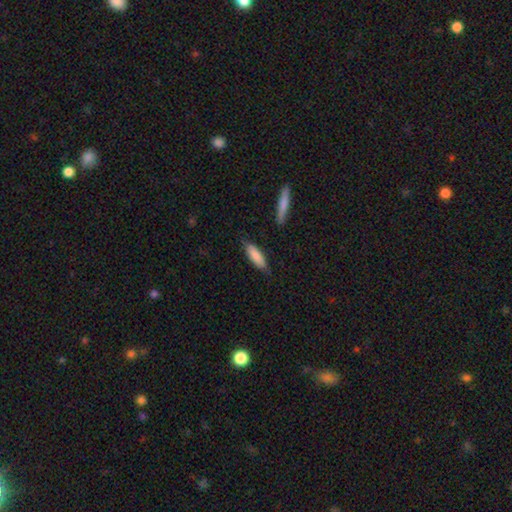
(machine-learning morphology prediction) Q: Smooth or featured?
A: smooth (84%); runner-up: featured or disk (10%)
Q: How rounded?
A: cigar-shaped (54%); runner-up: in between (44%)
Q: Merging?
A: none (81%); runner-up: minor disturbance (14%)